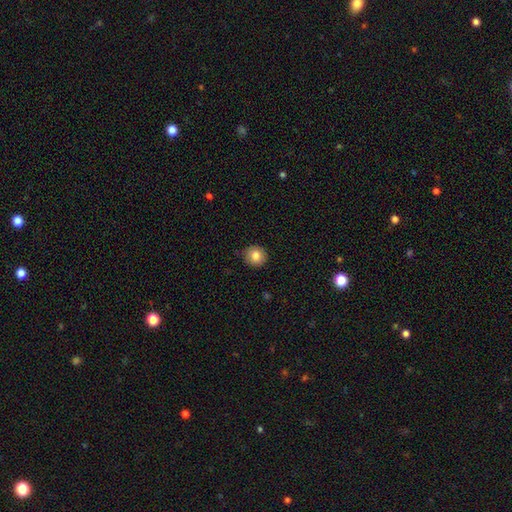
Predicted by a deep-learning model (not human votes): smooth_or_featured: smooth (p=0.83) [alt: star or artifact p=0.09]
how_rounded: round (p=0.89) [alt: in between p=0.10]
merging: none (p=0.87) [alt: minor disturbance p=0.10]